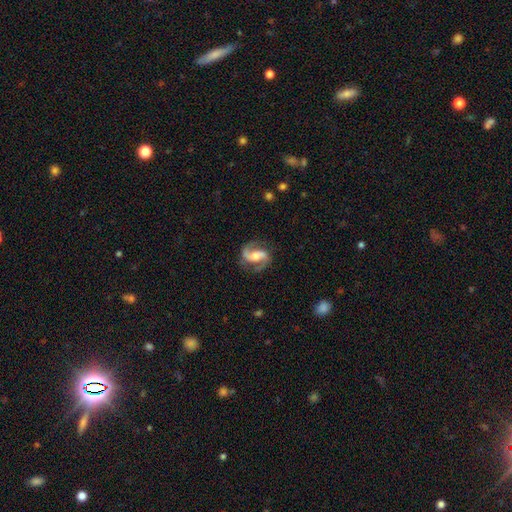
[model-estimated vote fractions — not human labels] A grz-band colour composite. It shows a featured or disk galaxy (90%) with a weak bar (37%), 2 (93%) medium (52%) spiral arms (97%) and a moderate central bulge (63%). Merging: none (81%).